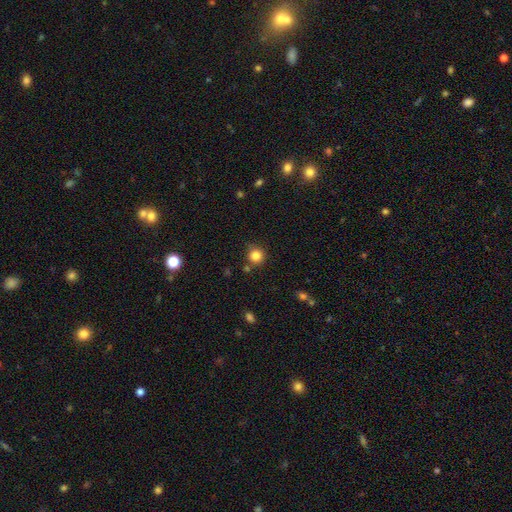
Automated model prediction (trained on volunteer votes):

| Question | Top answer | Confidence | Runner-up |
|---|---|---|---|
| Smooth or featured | smooth | 83% | star or artifact (12%) |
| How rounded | round | 93% | in between (6%) |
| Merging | none | 81% | minor disturbance (11%) |